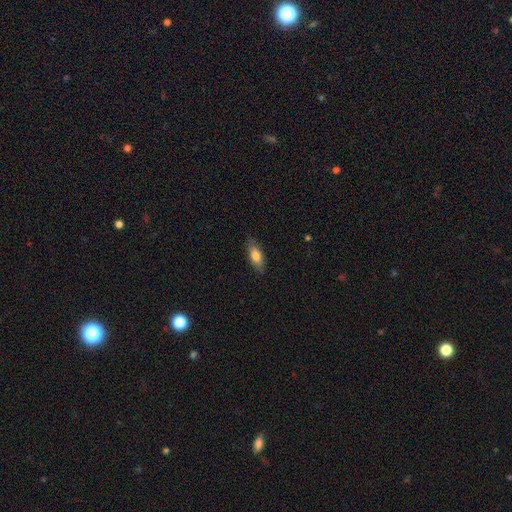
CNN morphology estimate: A smooth galaxy with no disk features (76%) that is in between round and cigar-shaped (74%). Merging: none (83%).